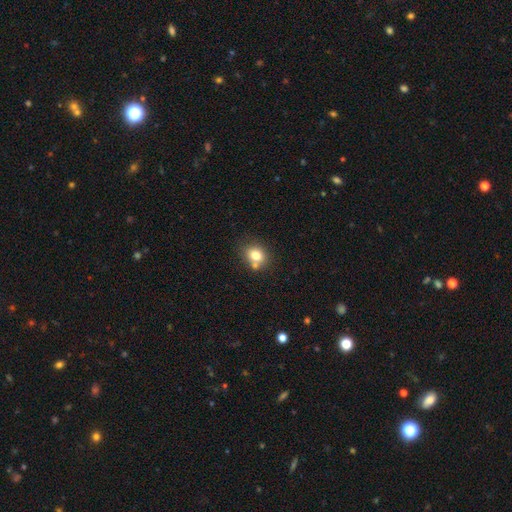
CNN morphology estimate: Smooth or featured? Predicted: smooth (p=0.78). How rounded? Predicted: round (p=0.57). Merging? Predicted: none (p=0.58).